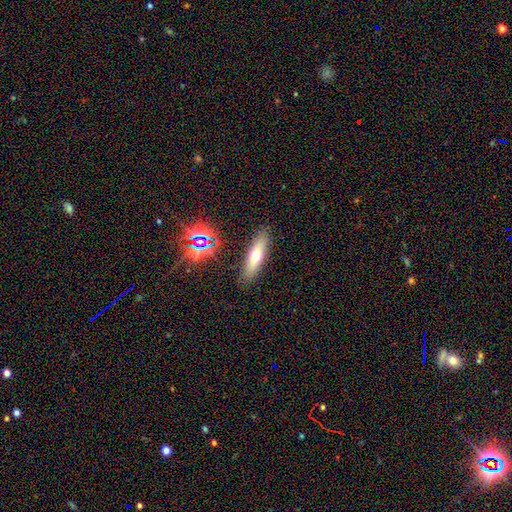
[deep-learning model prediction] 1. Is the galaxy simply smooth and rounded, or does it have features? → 56% smooth, 33% featured or disk, 11% star or artifact.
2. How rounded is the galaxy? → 66% cigar-shaped, 32% in between, 2% round.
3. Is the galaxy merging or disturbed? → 88% none, 8% minor disturbance, 2% major disturbance, 2% merger.